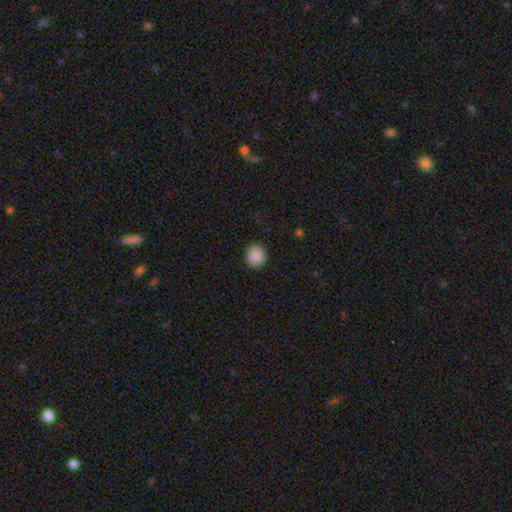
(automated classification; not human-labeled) Smooth or featured? Predicted: smooth (p=0.89). How rounded? Predicted: round (p=0.81). Merging? Predicted: none (p=0.90).